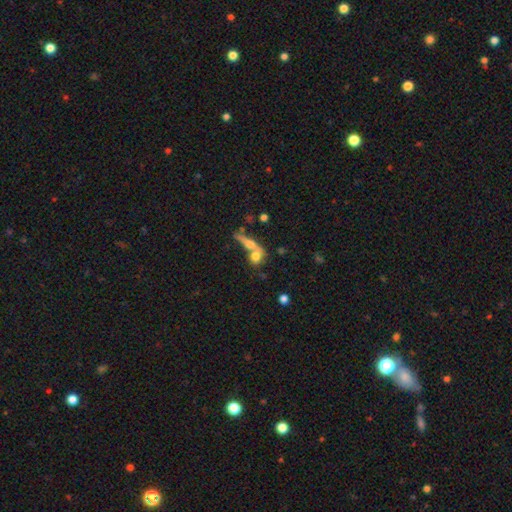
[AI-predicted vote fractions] This appears to be a smooth galaxy with no disk features (60%) that is round (49%). Merging: merger (53%).